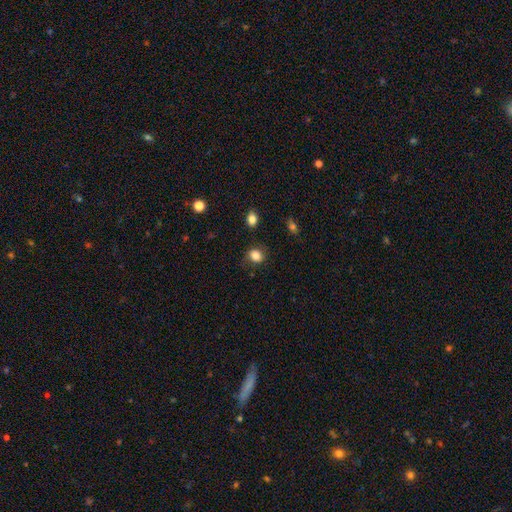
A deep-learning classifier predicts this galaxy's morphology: This appears to be a smooth galaxy with no disk features (83%) that is round (63%). Merging: none (78%).